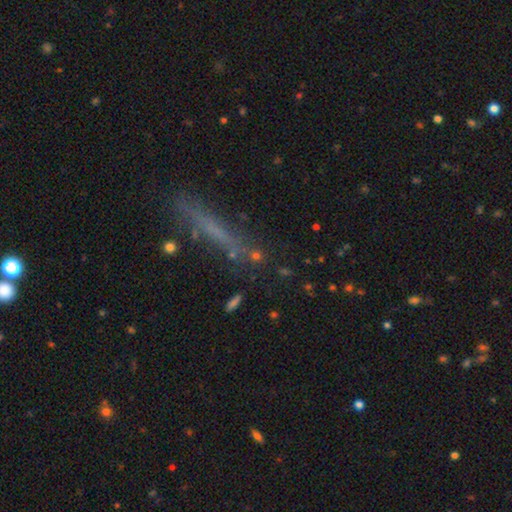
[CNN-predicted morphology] This is possibly a smooth galaxy (49%). Merging: likely none (74%).